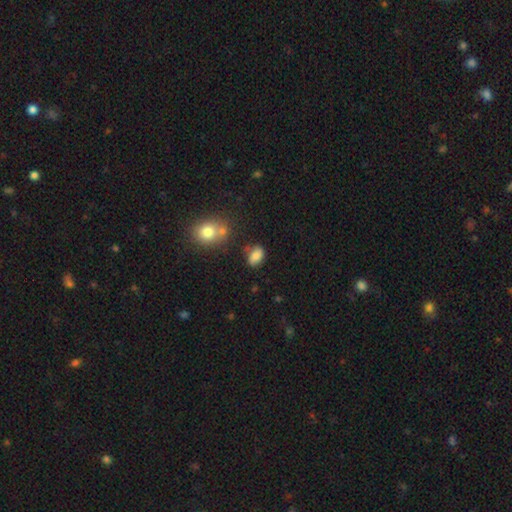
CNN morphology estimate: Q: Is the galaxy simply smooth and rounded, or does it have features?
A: smooth — 80%.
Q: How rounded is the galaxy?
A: in between — 83%.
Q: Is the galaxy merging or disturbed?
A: none — 67%.